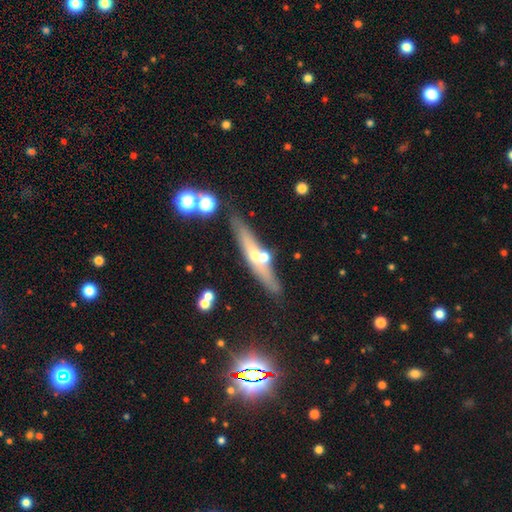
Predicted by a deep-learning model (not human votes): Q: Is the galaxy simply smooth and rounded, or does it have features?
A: featured or disk — 54%.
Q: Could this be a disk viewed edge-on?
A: yes — 85%.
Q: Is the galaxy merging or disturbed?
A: none — 77%.